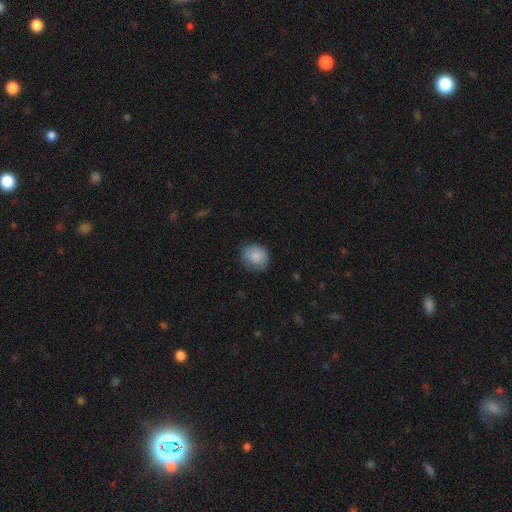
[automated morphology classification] Smooth or featured?
  - smooth: 85% *
  - star or artifact: 7%
  - featured or disk: 7%
How rounded?
  - round: 64% *
  - in between: 36%
  - cigar-shaped: 1%
Merging?
  - none: 71% *
  - minor disturbance: 23%
  - major disturbance: 5%
  - merger: 1%